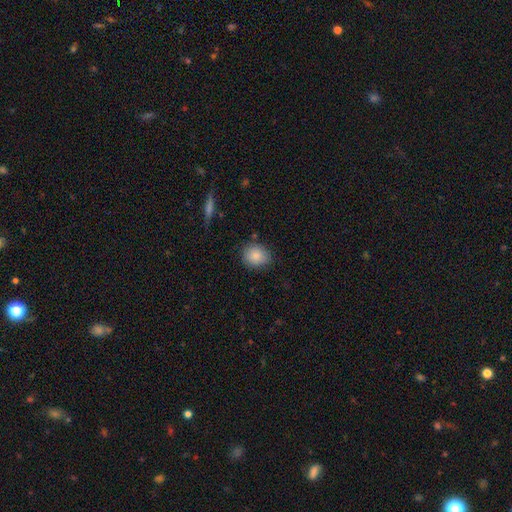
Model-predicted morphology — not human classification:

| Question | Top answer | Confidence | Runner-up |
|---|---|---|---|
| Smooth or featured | smooth | 86% | star or artifact (8%) |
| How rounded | round | 73% | in between (26%) |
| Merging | none | 80% | minor disturbance (14%) |